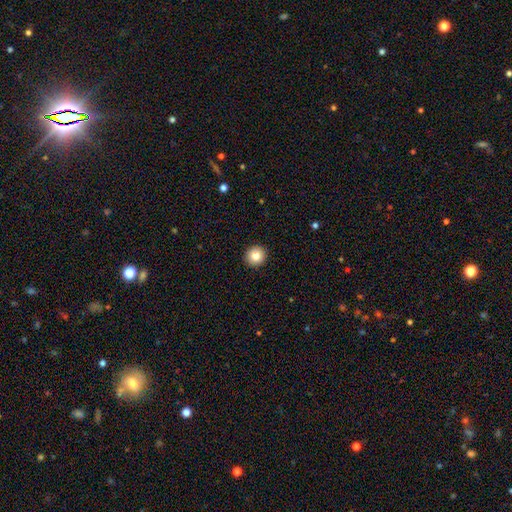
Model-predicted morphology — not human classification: Smooth or featured: smooth — 83% (star or artifact — 10%)
How rounded: round — 94% (in between — 5%)
Merging: none — 93% (minor disturbance — 4%)